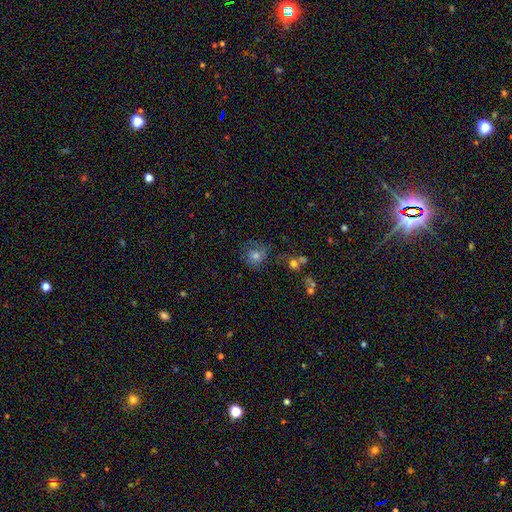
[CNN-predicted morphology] This is possibly a smooth galaxy (49%). Merging: likely none (60%).